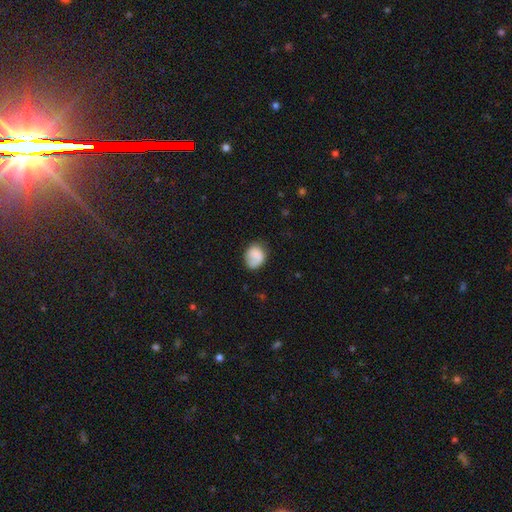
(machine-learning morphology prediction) type=smooth (78%); roundness=round (56%); merging=none (63%).